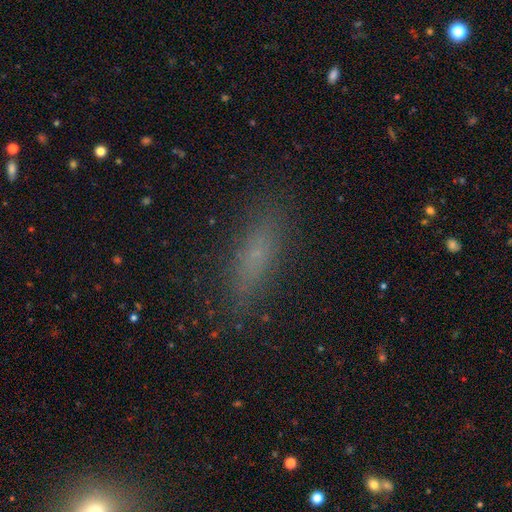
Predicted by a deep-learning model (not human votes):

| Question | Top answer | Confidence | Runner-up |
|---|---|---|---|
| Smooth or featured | smooth | 67% | featured or disk (18%) |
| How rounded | cigar-shaped | 57% | in between (40%) |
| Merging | none | 82% | minor disturbance (13%) |